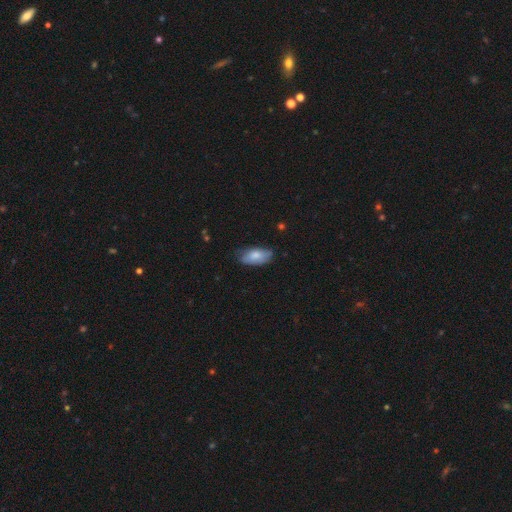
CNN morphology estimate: Q: Smooth or featured?
A: smooth (78%); runner-up: featured or disk (16%)
Q: How rounded?
A: in between (92%); runner-up: cigar-shaped (6%)
Q: Merging?
A: none (67%); runner-up: minor disturbance (27%)